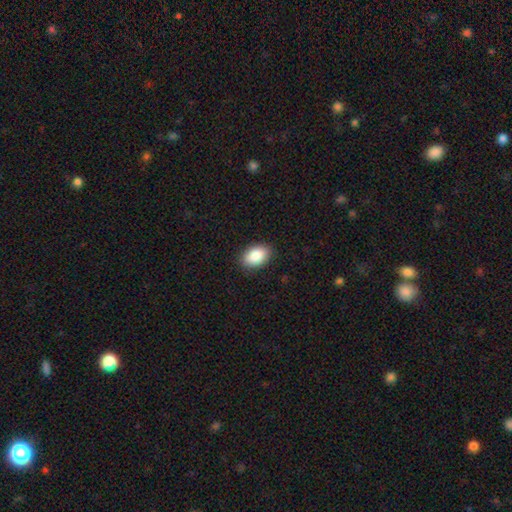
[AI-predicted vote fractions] Smooth or featured?
  - smooth: 87% *
  - star or artifact: 7%
  - featured or disk: 6%
How rounded?
  - in between: 90% *
  - round: 8%
  - cigar-shaped: 1%
Merging?
  - none: 89% *
  - minor disturbance: 8%
  - major disturbance: 2%
  - merger: 1%